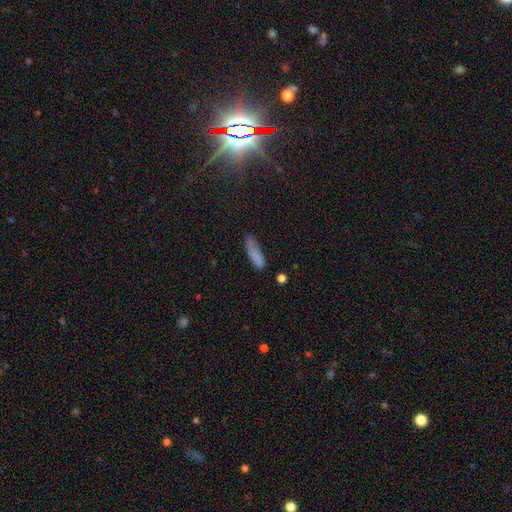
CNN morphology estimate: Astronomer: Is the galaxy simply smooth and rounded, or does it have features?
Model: smooth — 81%.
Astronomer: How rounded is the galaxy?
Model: cigar-shaped — 59% (runner-up: in between, 39%).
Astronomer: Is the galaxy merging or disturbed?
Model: none — 54% (runner-up: minor disturbance, 30%).